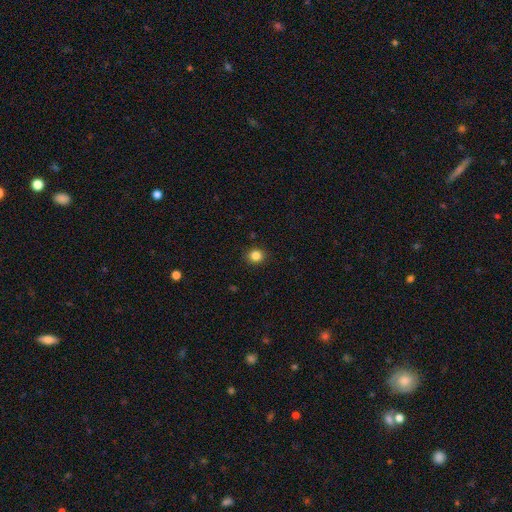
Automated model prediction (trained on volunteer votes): The model was most divided on "how rounded": round: 85%, in between: 14%, cigar-shaped: 1%. More confident: merging — none (92%); smooth or featured — smooth (85%).